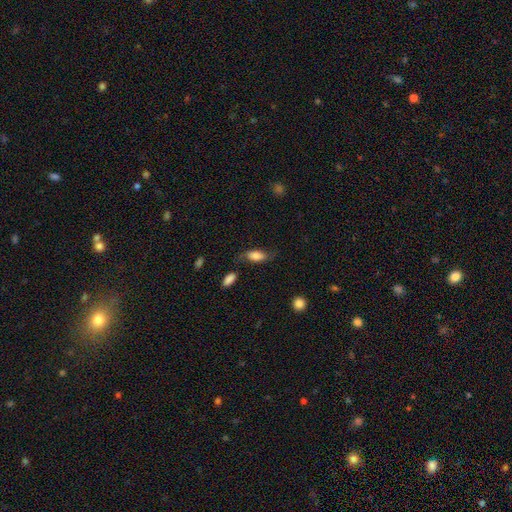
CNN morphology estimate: This appears to be a smooth galaxy with no disk features (67%) that is in between round and cigar-shaped (82%). Merging: none (62%).